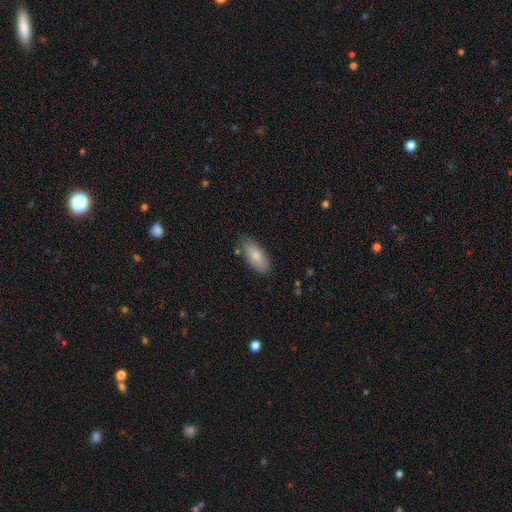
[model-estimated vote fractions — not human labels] Smooth or featured? Predicted: smooth (p=0.83). How rounded? Predicted: in between (p=0.88). Merging? Predicted: none (p=0.80).